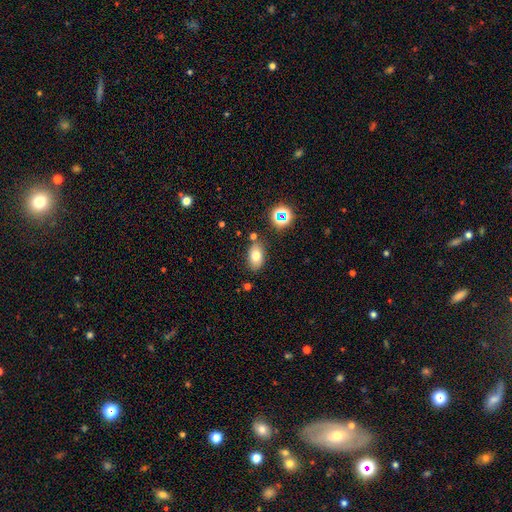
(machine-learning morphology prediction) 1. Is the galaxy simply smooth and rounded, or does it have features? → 74% smooth, 13% featured or disk, 13% star or artifact.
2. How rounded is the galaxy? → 88% in between, 10% round, 2% cigar-shaped.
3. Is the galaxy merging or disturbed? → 78% none, 12% minor disturbance, 6% merger, 3% major disturbance.